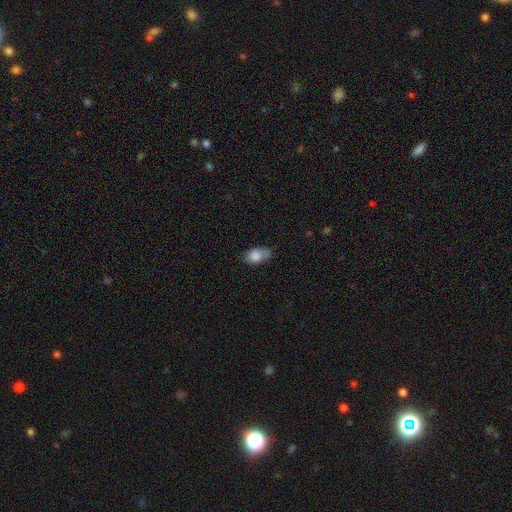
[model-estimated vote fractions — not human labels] smooth 80%, featured or disk 12%, star or artifact 8%. Down the decision tree: how rounded — in between (89%); merging — none (59%).